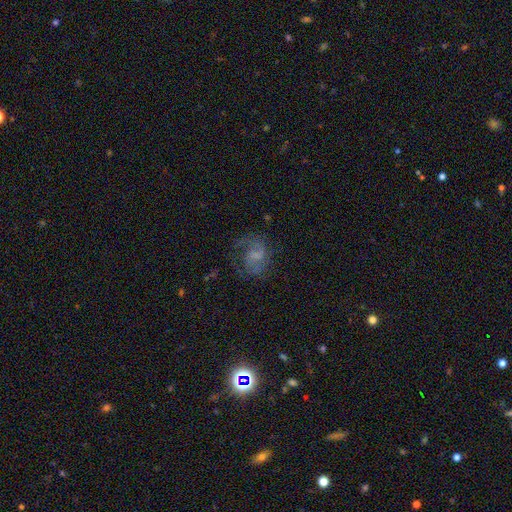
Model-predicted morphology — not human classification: smooth-or-featured: featured or disk: 64% | smooth: 24% | star or artifact: 12%
  disk-edge-on: no: 98% | yes: 2%
    bar: no: 47% | weak: 44% | strong: 9%
    has-spiral-arms: yes: 83% | no: 17%
      spiral-winding: medium: 47% | loose: 33% | tight: 20%
      spiral-arm-count: 2: 58% | 1: 21% | can't tell: 14% | 3: 3% | 4: 2% | more than 4: 2%
    bulge-size: none: 40% | small: 32% | moderate: 21% | large: 6% | dominant: 1%
  merging: none: 56% | major disturbance: 23% | minor disturbance: 19% | merger: 2%